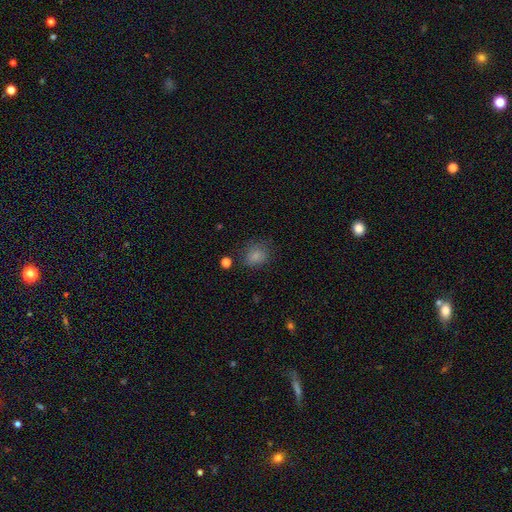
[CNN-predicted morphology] A smooth galaxy with no disk features (82%) that is round (59%). Merging: none (72%).